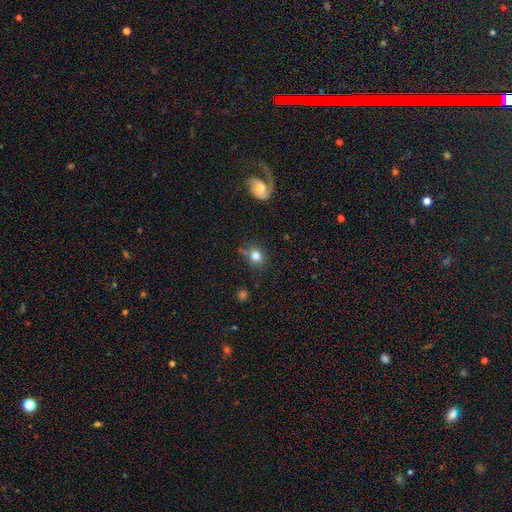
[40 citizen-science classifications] Smooth or featured: smooth — 82% (star or artifact — 10%)
How rounded: round — 73% (in between — 27%)
Merging: none — 64% (minor disturbance — 22%)